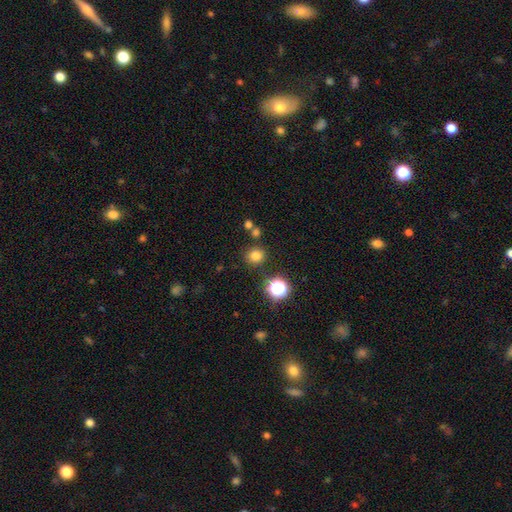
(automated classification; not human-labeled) smooth 76%, star or artifact 18%, featured or disk 5%. Down the decision tree: how rounded — round (90%); merging — none (83%).